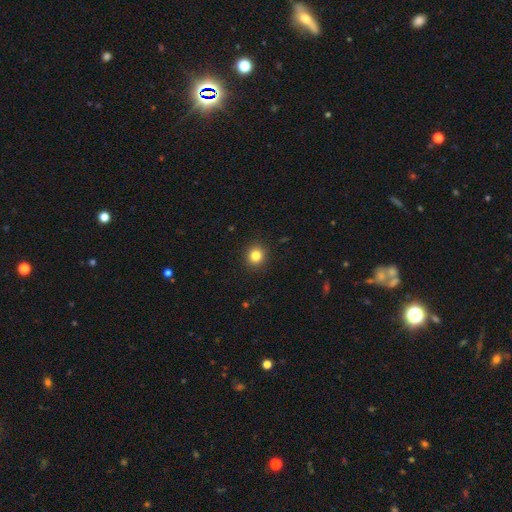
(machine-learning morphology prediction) Smooth or featured: smooth — 83% (star or artifact — 11%)
How rounded: round — 89% (in between — 10%)
Merging: none — 92% (minor disturbance — 5%)